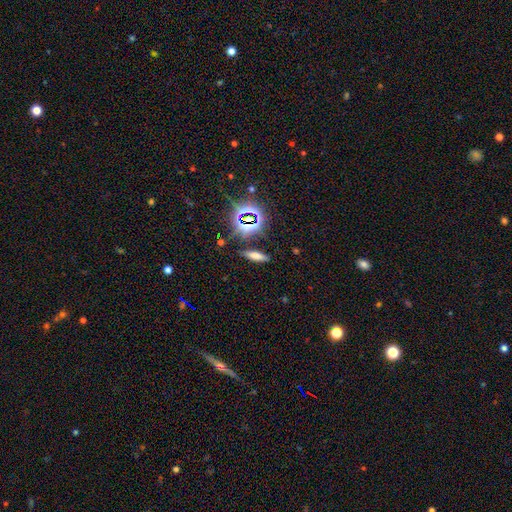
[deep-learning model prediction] This is likely a smooth galaxy (63%). How rounded: possibly cigar-shaped (54%). Merging: clearly none (84%).